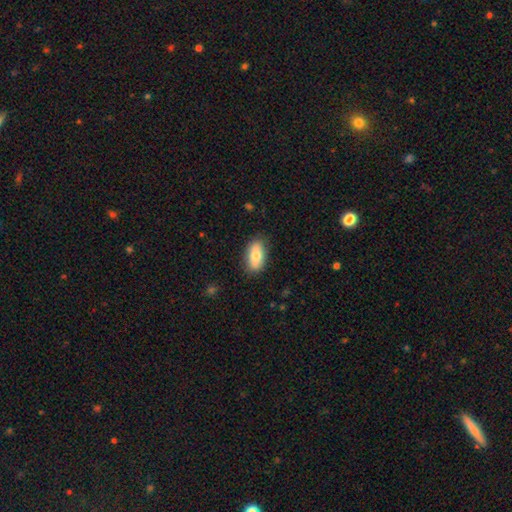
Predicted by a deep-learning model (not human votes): Overall: smooth (77%). How rounded: in between (89%). Merging: none (84%).